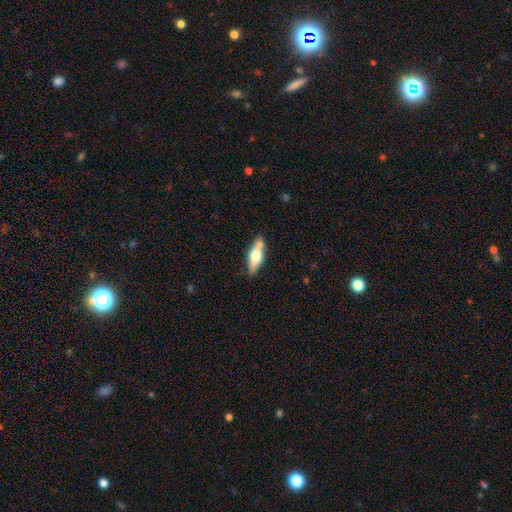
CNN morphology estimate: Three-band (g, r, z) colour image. It shows a smooth galaxy with no disk features (54%) that is in between round and cigar-shaped (60%). Merging: none (67%).